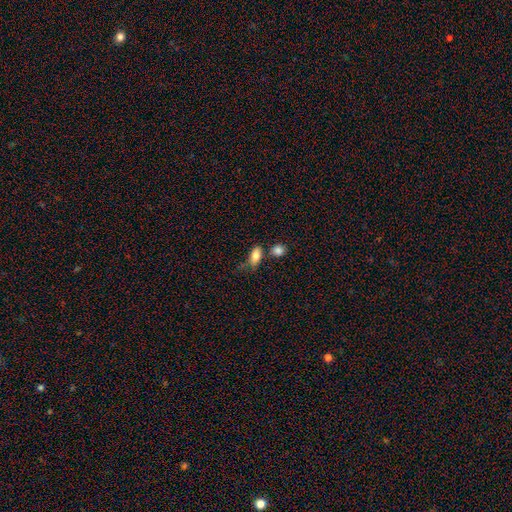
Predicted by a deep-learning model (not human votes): smooth 80%, featured or disk 12%, star or artifact 8%. Down the decision tree: how rounded — in between (86%); merging — none (51%).